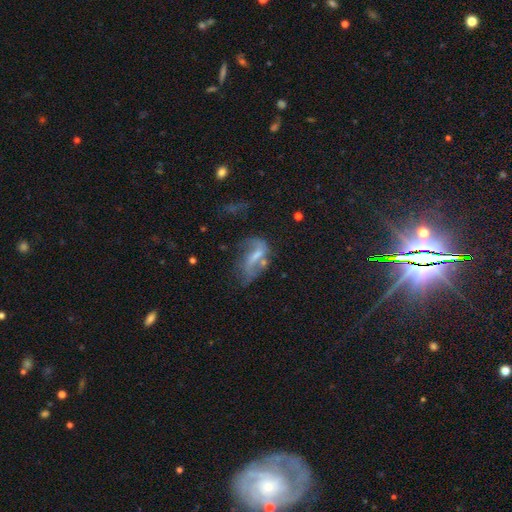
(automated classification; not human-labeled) Morphology: type=featured or disk (61%); edge-on=no (93%); bar=weak (41%); spiral arms=yes (64%); bulge=small (39%); merging=none (34%).